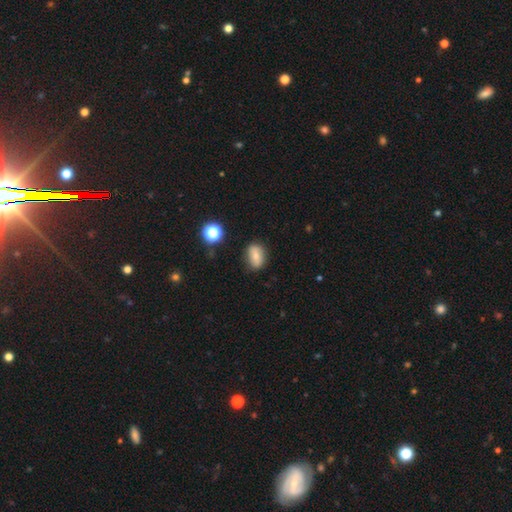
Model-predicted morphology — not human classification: Smooth or featured: smooth — 67% (featured or disk — 21%)
How rounded: in between — 74% (round — 24%)
Merging: none — 79% (minor disturbance — 16%)